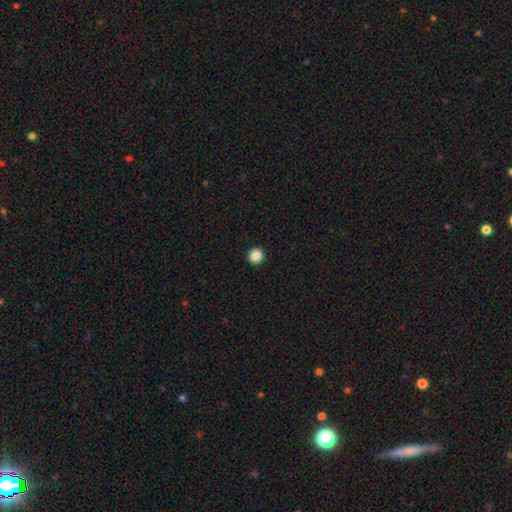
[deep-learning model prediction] This is clearly a smooth galaxy (87%). How rounded: clearly round (94%). Merging: clearly none (94%).